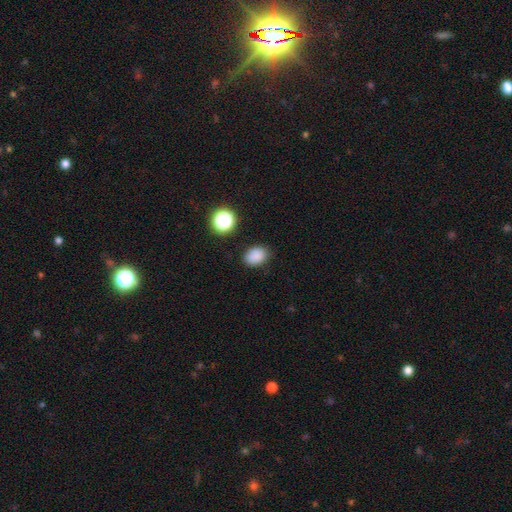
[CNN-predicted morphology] The model was most divided on "how rounded": in between: 71%, round: 28%, cigar-shaped: 1%. More confident: smooth or featured — smooth (85%); merging — none (84%).